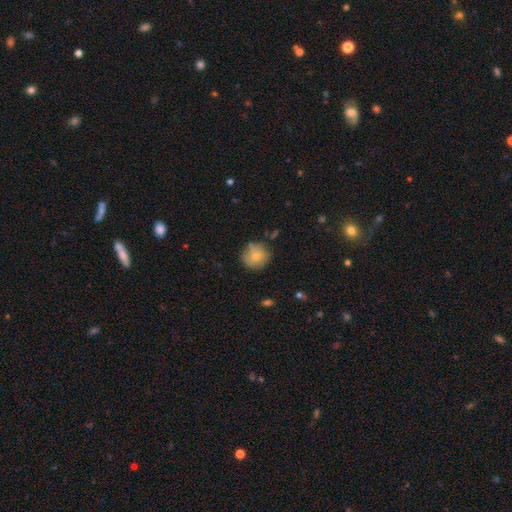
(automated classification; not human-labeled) Smooth or featured?
  - smooth: 75% *
  - featured or disk: 15%
  - star or artifact: 9%
How rounded?
  - round: 91% *
  - in between: 8%
  - cigar-shaped: 1%
Merging?
  - none: 77% *
  - minor disturbance: 15%
  - merger: 4%
  - major disturbance: 3%